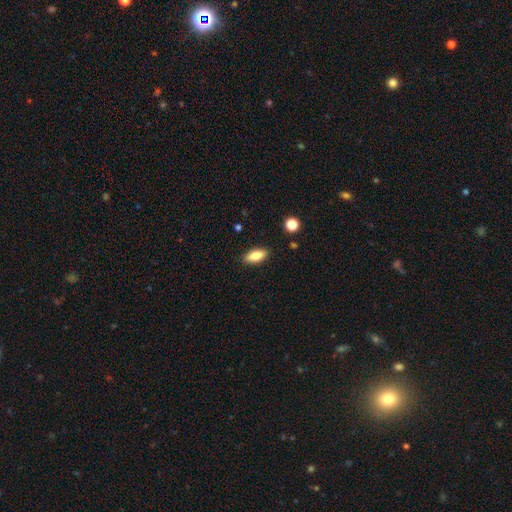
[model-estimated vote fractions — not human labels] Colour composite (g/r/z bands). It shows a smooth galaxy with no disk features (82%) that is in between round and cigar-shaped (81%). Merging: none (88%).